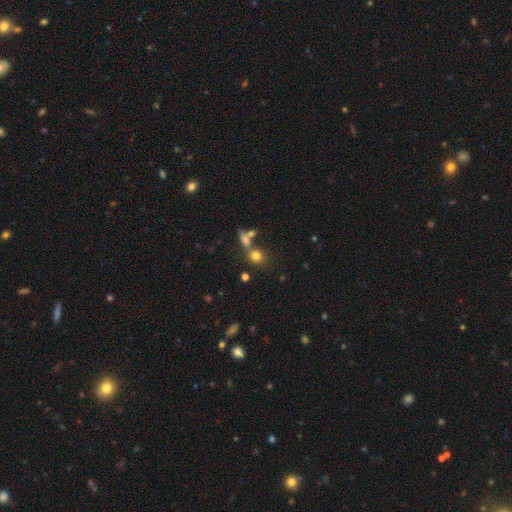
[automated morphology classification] type=smooth (76%); roundness=round (75%); merging=none (56%).